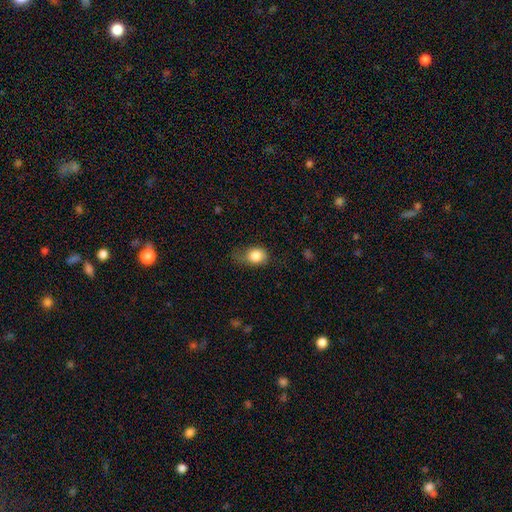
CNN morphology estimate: Smooth or featured: smooth — 83% (star or artifact — 9%)
How rounded: round — 49% (tied with in between — 49%)
Merging: none — 42% (minor disturbance — 38%)